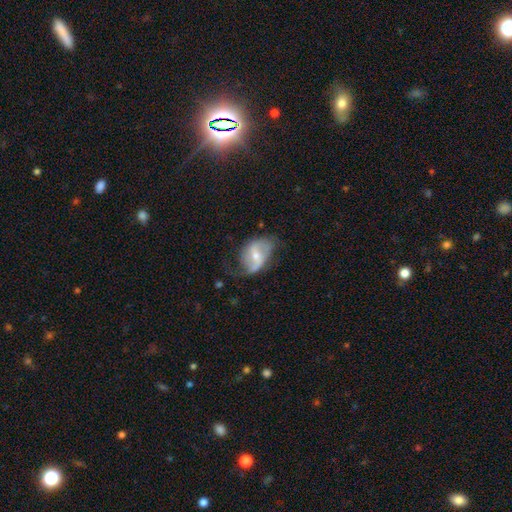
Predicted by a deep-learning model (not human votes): Smooth or featured? featured or disk (70%)
Edge-on disk? no (96%)
Bar? weak (43%)
Spiral arms? yes (82%)
Spiral winding? loose (60%)
Spiral arm count? 2 (77%)
Bulge size? moderate (53%)
Merging? none (48%)